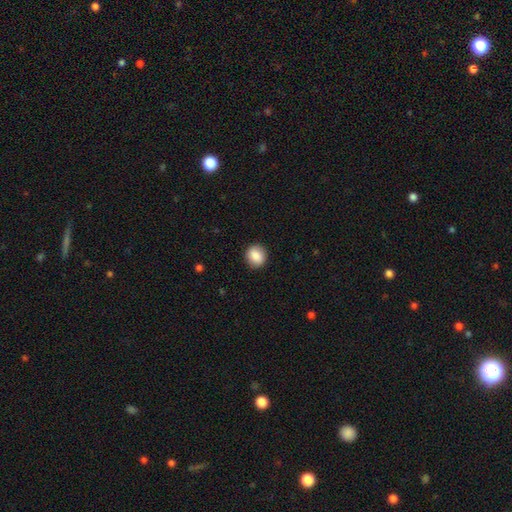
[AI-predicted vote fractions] Smooth or featured?
  - smooth: 87% *
  - star or artifact: 8%
  - featured or disk: 5%
How rounded?
  - round: 80% *
  - in between: 19%
  - cigar-shaped: 1%
Merging?
  - none: 90% *
  - minor disturbance: 7%
  - major disturbance: 2%
  - merger: 1%